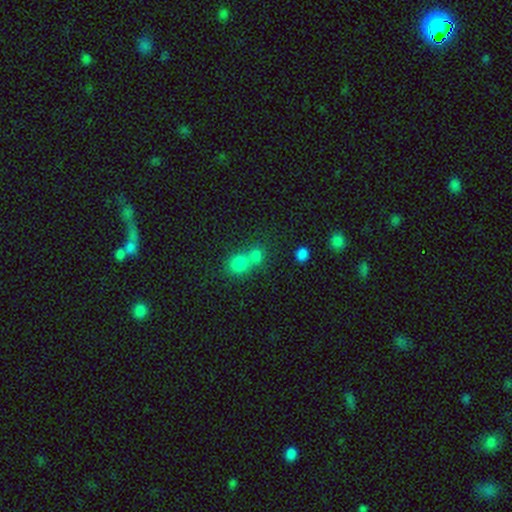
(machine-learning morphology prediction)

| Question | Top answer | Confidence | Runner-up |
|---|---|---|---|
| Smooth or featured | smooth | 76% | star or artifact (15%) |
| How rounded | round | 71% | in between (28%) |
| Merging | merger | 57% | none (34%) |